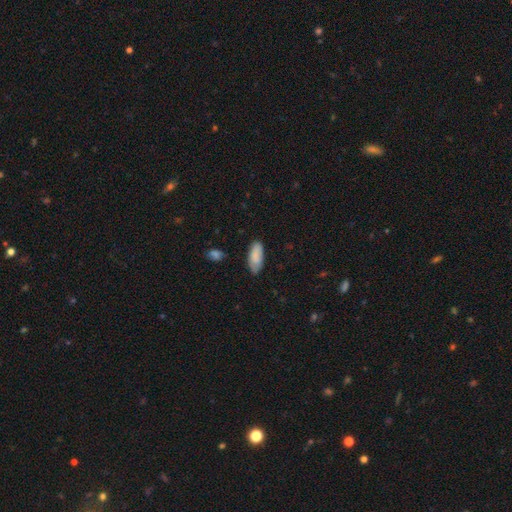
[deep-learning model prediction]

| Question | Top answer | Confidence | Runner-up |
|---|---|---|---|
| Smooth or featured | smooth | 86% | featured or disk (8%) |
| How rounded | in between | 84% | cigar-shaped (15%) |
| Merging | none | 79% | minor disturbance (17%) |